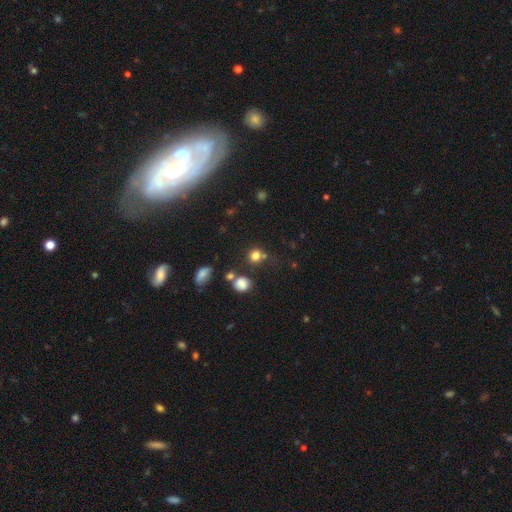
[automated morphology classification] smooth-or-featured: smooth: 77% | star or artifact: 16% | featured or disk: 7%
  how-rounded: round: 86% | in between: 13% | cigar-shaped: 1%
  merging: none: 62% | merger: 18% | minor disturbance: 13% | major disturbance: 7%